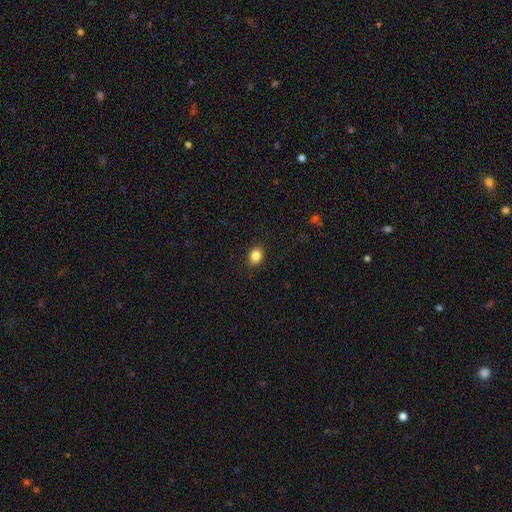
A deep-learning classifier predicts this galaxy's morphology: Overall: smooth (84%). How rounded: round (54%; in between 45%). Merging: none (90%).